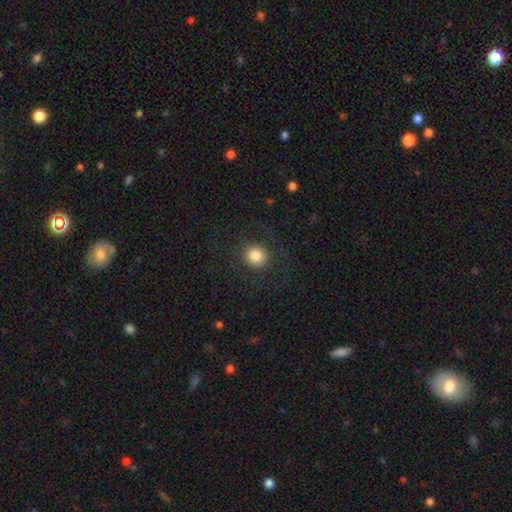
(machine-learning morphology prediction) The model was most divided on "smooth or featured": smooth: 79%, featured or disk: 11%, star or artifact: 10%. More confident: how rounded — round (90%); merging — none (84%).